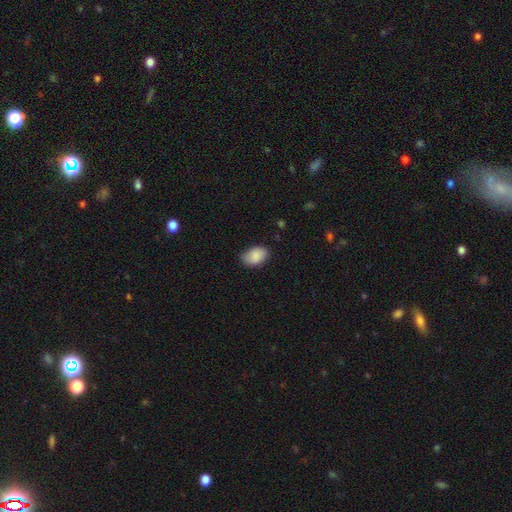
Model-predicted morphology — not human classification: A smooth galaxy with no disk features (87%) that is in between round and cigar-shaped (86%). Merging: none (75%).